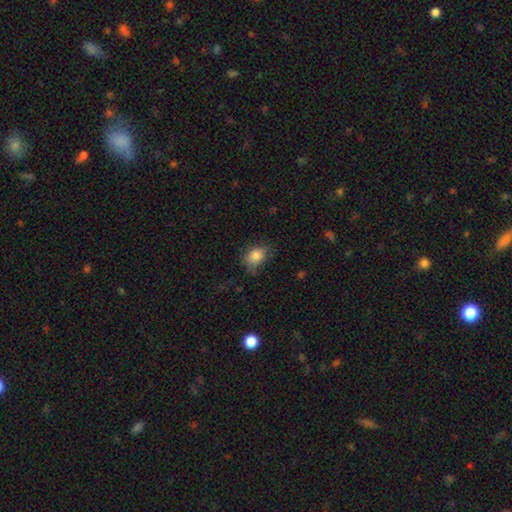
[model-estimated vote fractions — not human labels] smooth_or_featured: smooth (p=0.85) [alt: star or artifact p=0.09]
how_rounded: in between (p=0.65) [alt: round p=0.33]
merging: none (p=0.66) [alt: minor disturbance p=0.25]